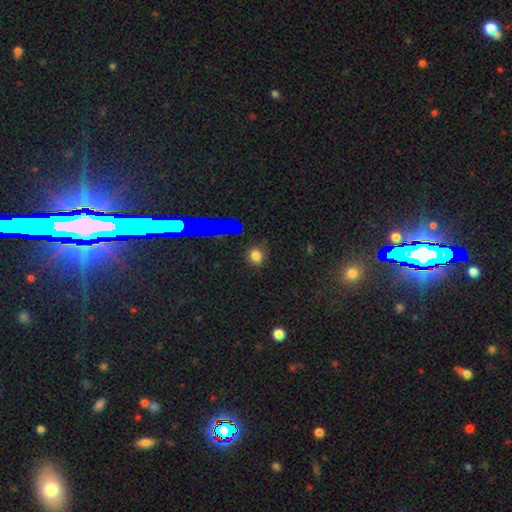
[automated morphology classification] Q: Smooth or featured?
A: smooth (75%); runner-up: star or artifact (18%)
Q: How rounded?
A: round (65%); runner-up: in between (33%)
Q: Merging?
A: none (85%); runner-up: minor disturbance (10%)